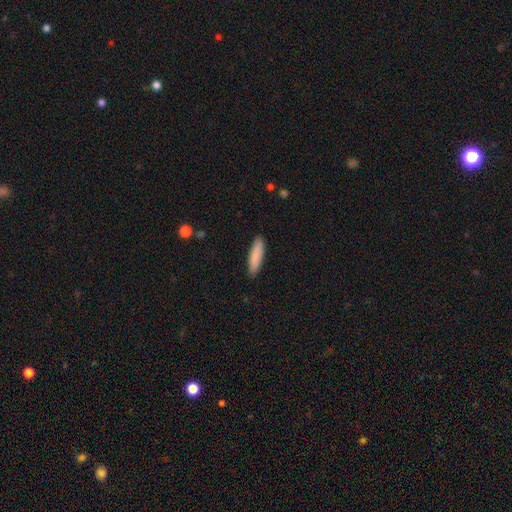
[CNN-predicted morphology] A smooth galaxy with no disk features (87%) that is cigar-shaped (73%).

Vote fractions:
- Smooth or featured? smooth: 87% / featured or disk: 8% / star or artifact: 5%
- How rounded? cigar-shaped: 73% / in between: 26% / round: 1%
- Merging? none: 89% / minor disturbance: 8% / major disturbance: 2% / merger: 1%